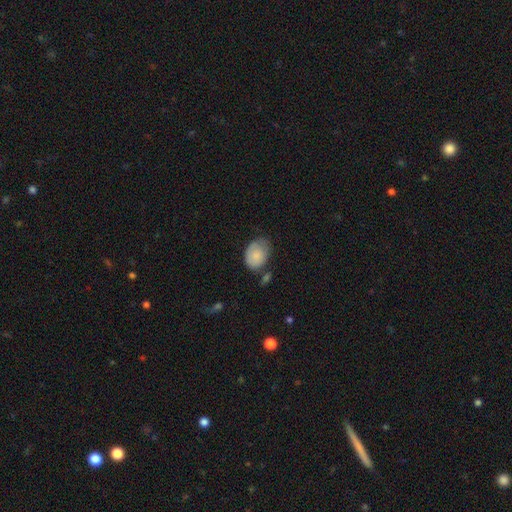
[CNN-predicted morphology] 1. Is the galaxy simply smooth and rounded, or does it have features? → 80% smooth, 13% featured or disk, 7% star or artifact.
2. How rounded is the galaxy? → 74% in between, 25% round, 1% cigar-shaped.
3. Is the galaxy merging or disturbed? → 48% none, 34% minor disturbance, 11% major disturbance, 6% merger.